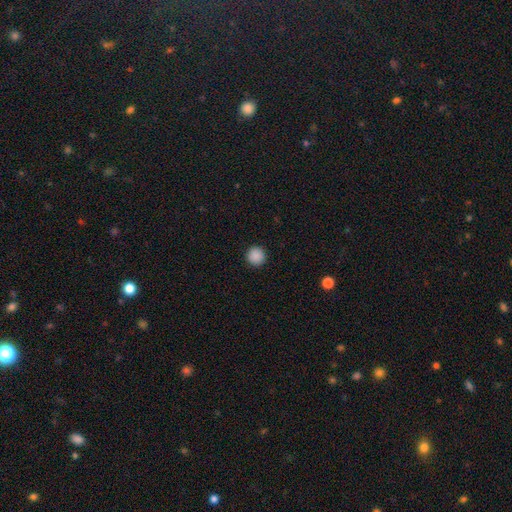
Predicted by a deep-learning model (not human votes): Overall: smooth (89%). How rounded: round (96%). Merging: none (93%).